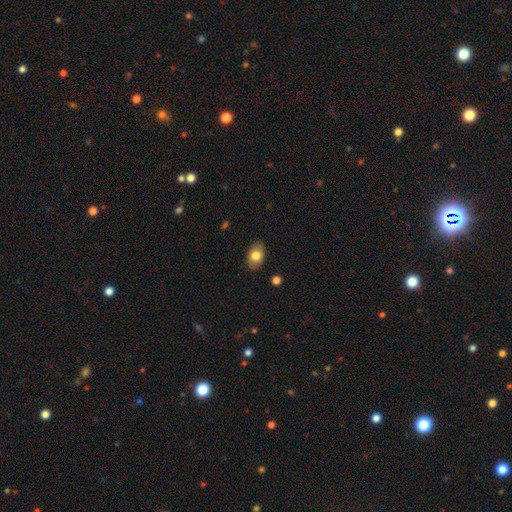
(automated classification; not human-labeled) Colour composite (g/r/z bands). It shows a smooth galaxy with no disk features (79%) that is in between round and cigar-shaped (86%). Merging: none (86%).